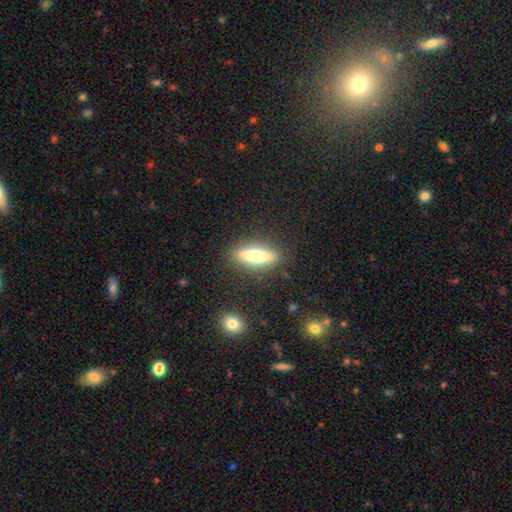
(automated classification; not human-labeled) Morphology: type=featured or disk (48%); merging=none (87%).